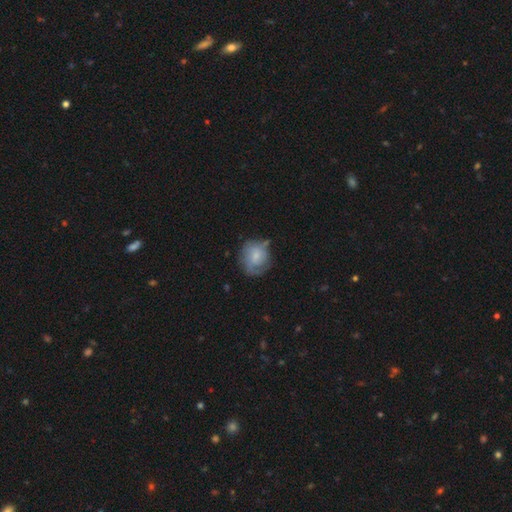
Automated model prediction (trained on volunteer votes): Smooth or featured? Predicted: smooth (p=0.50). Merging? Predicted: none (p=0.56).